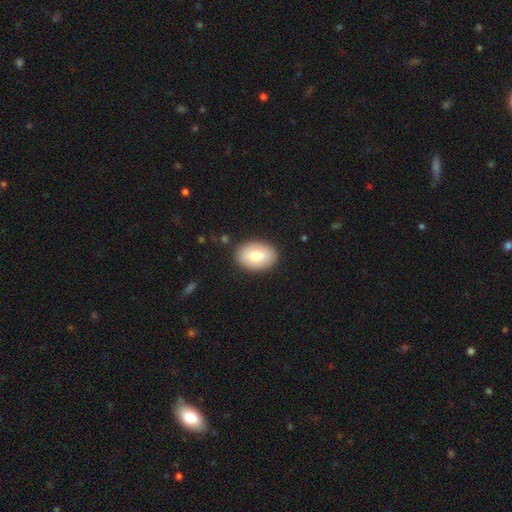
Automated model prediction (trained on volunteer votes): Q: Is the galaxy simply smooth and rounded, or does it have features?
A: smooth — 71%.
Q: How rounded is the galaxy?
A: in between — 83%.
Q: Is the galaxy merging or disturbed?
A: none — 88%.